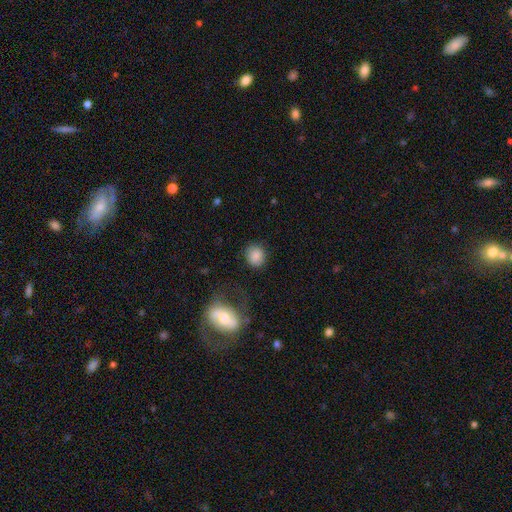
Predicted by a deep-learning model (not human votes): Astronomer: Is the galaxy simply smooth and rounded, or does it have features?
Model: smooth — 83%.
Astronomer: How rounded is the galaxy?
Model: round — 80%.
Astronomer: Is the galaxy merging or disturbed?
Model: none — 82%.